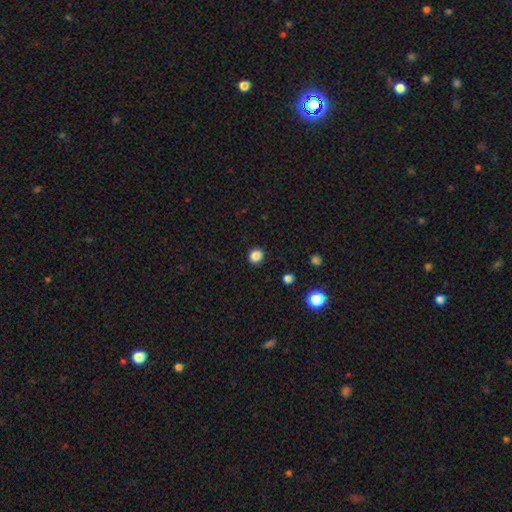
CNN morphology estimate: Smooth or featured? smooth (86%)
How rounded? round (81%)
Merging? none (91%)